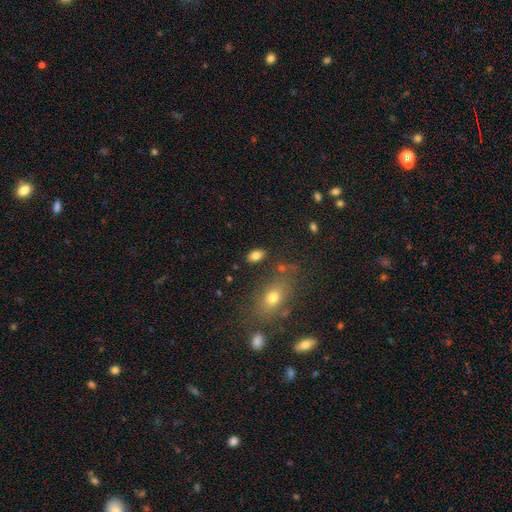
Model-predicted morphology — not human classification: Smooth or featured?
  - smooth: 81% *
  - star or artifact: 10%
  - featured or disk: 9%
How rounded?
  - in between: 90% *
  - round: 8%
  - cigar-shaped: 2%
Merging?
  - none: 82% *
  - minor disturbance: 11%
  - merger: 4%
  - major disturbance: 3%